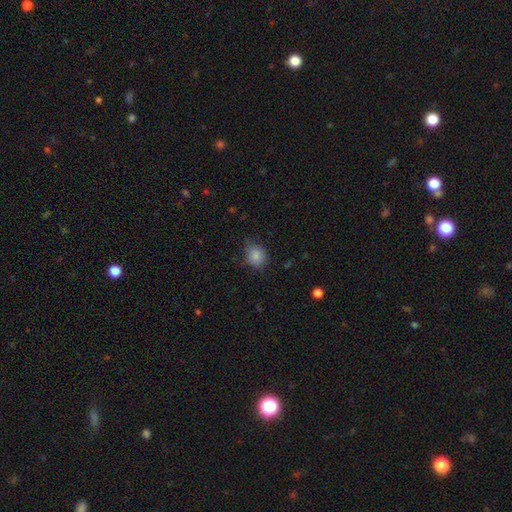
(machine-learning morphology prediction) This is clearly a smooth galaxy (84%). How rounded: likely round (60%). Merging: likely none (66%).